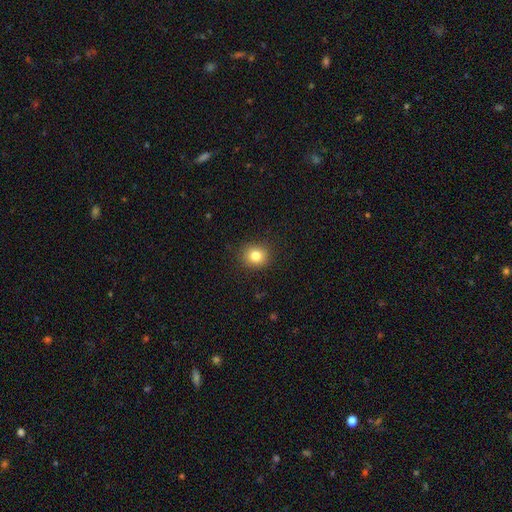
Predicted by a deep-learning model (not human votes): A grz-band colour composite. It shows a smooth galaxy with no disk features (82%) that is round (83%). Merging: none (89%).